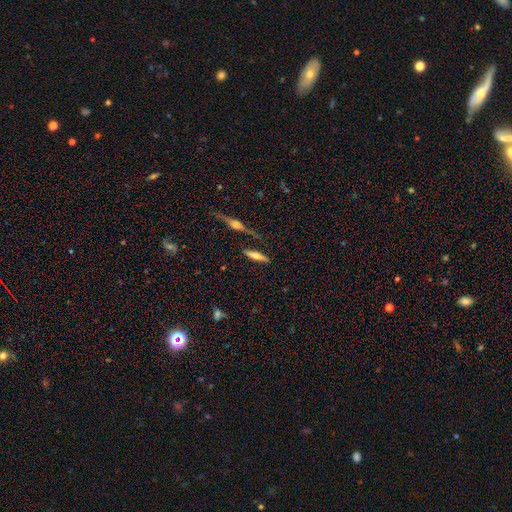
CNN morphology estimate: This is possibly a featured or disk galaxy (50%). It is clearly viewed edge-on (93%). Merging: likely none (74%).